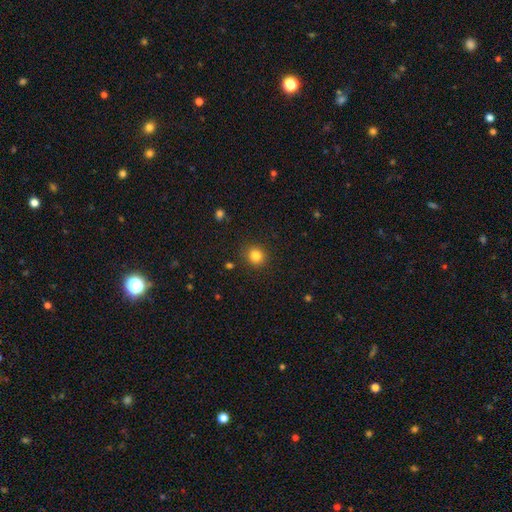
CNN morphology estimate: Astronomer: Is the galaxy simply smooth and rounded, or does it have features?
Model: smooth — 83%.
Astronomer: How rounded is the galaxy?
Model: round — 88%.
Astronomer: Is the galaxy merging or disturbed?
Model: none — 89%.